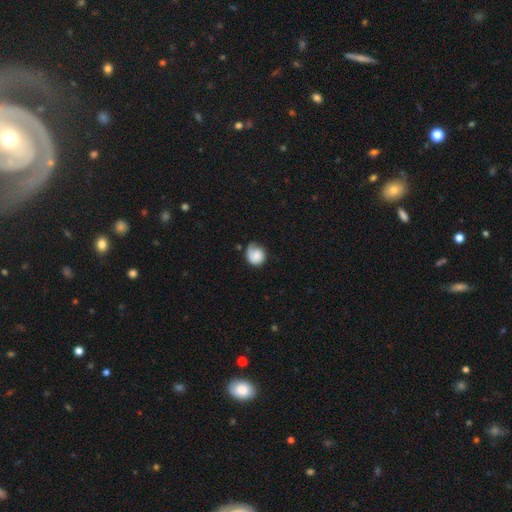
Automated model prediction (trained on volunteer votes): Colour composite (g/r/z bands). It shows a smooth galaxy with no disk features (60%) that is round (72%). Merging: none (49%).